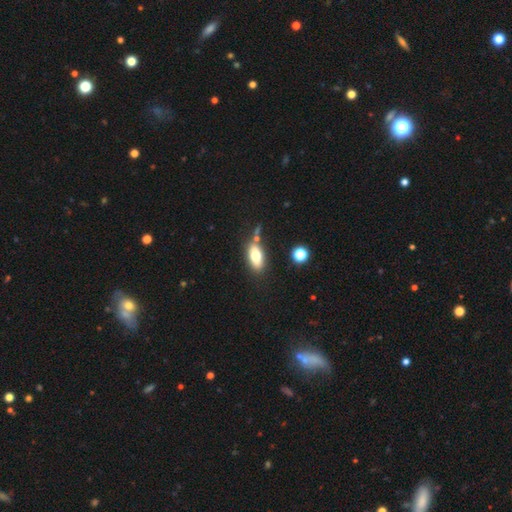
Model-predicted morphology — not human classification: This is likely a smooth galaxy (72%). How rounded: clearly in between (83%). Merging: likely none (71%).